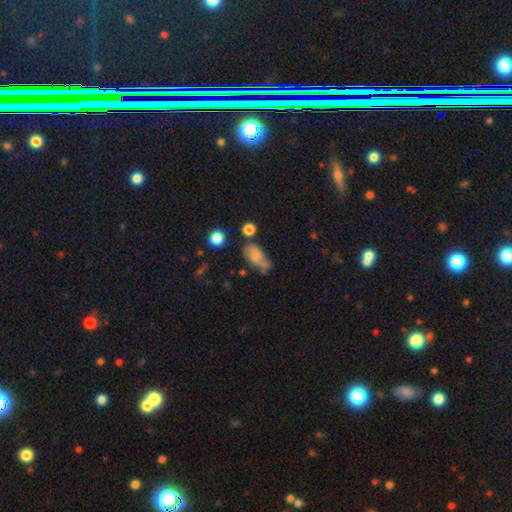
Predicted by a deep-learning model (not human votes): This appears to be a smooth galaxy with no disk features (62%) that is in between round and cigar-shaped (87%). Merging: none (41%).